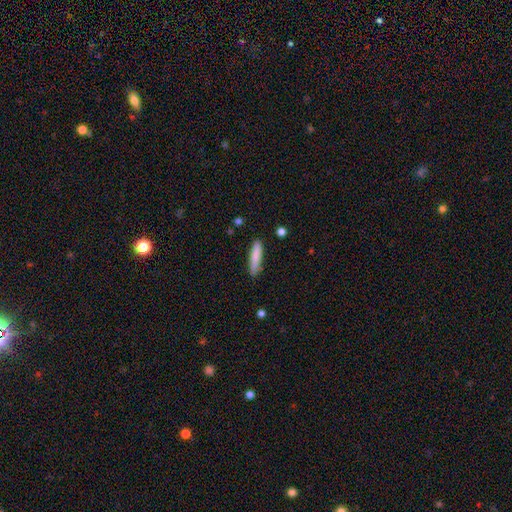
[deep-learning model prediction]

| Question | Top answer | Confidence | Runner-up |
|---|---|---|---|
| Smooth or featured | smooth | 83% | featured or disk (11%) |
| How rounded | cigar-shaped | 84% | in between (14%) |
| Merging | none | 83% | minor disturbance (13%) |